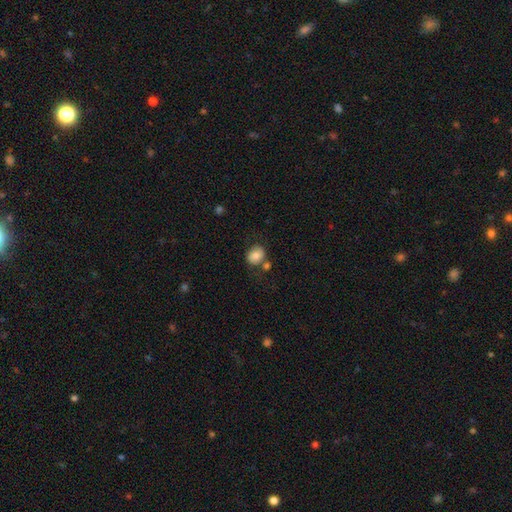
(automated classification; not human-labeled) smooth-or-featured: smooth: 80% | featured or disk: 12% | star or artifact: 9%
  how-rounded: round: 58% | in between: 41% | cigar-shaped: 1%
  merging: none: 62% | merger: 16% | minor disturbance: 16% | major disturbance: 6%